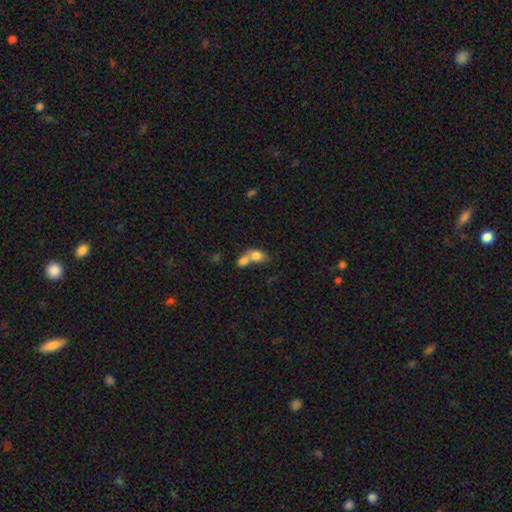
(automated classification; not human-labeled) Smooth or featured: smooth — 79% (featured or disk — 13%)
How rounded: in between — 75% (round — 23%)
Merging: merger — 68% (none — 22%)